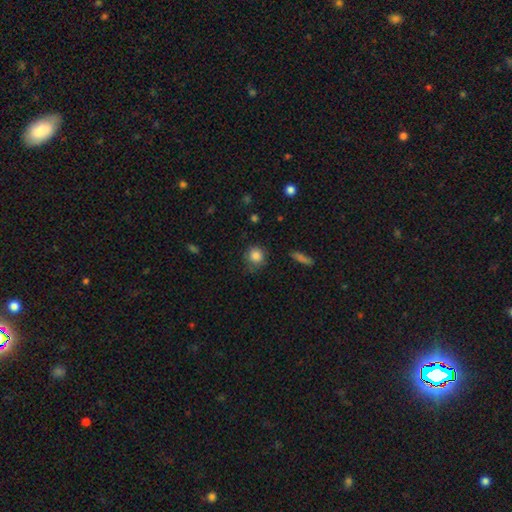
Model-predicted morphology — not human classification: Smooth or featured?
  - smooth: 84% *
  - star or artifact: 10%
  - featured or disk: 6%
How rounded?
  - round: 90% *
  - in between: 9%
  - cigar-shaped: 1%
Merging?
  - none: 78% *
  - minor disturbance: 16%
  - major disturbance: 4%
  - merger: 2%